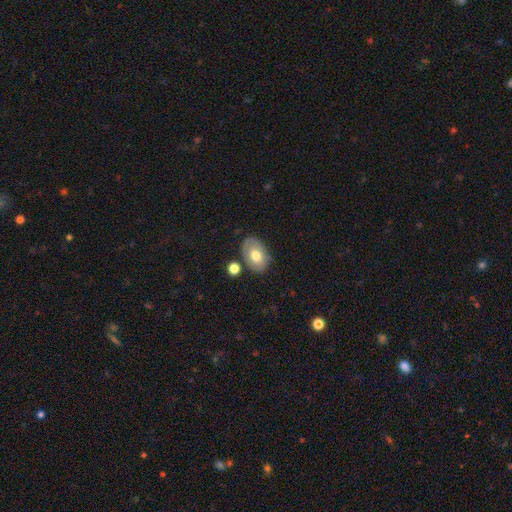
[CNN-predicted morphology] smooth-or-featured: smooth: 66% | featured or disk: 27% | star or artifact: 7%
  how-rounded: in between: 85% | round: 14% | cigar-shaped: 1%
  merging: none: 72% | minor disturbance: 17% | merger: 7% | major disturbance: 4%